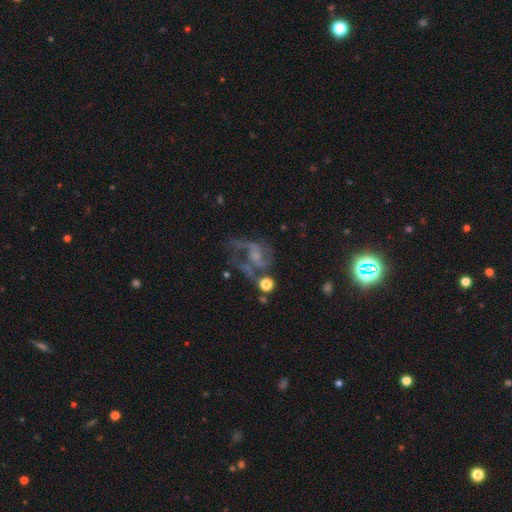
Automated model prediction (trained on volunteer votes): featured or disk 73%, star or artifact 15%, smooth 12%. Down the decision tree: edge-on disk — no (97%); bar — no (60%); spiral arms — yes (82%); spiral arm count — 2 (51%); spiral winding — loose (45%); bulge size — small (44%); merging — major disturbance (37%).